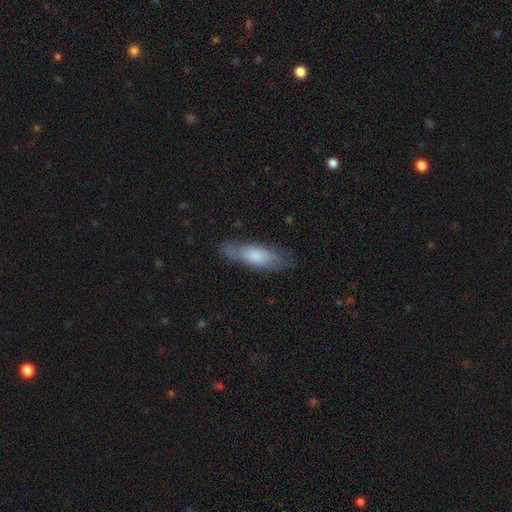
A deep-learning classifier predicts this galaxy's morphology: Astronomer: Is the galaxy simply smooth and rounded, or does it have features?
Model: smooth — 69%.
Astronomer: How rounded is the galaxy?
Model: in between — 56% (runner-up: cigar-shaped, 42%).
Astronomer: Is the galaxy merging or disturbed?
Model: none — 74%.